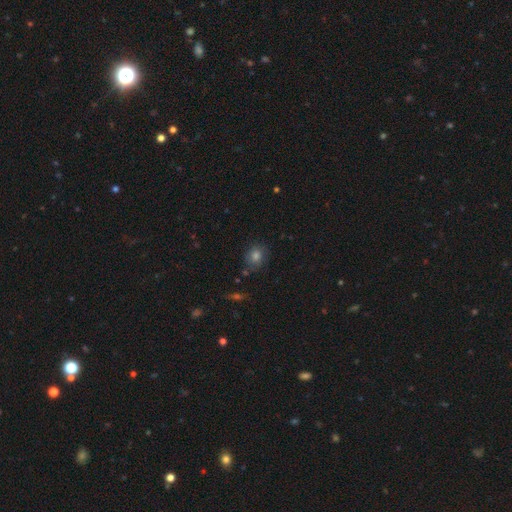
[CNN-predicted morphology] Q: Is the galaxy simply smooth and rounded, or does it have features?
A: smooth — 70%.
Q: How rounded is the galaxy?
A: round — 72%.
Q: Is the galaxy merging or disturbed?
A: none — 80%.